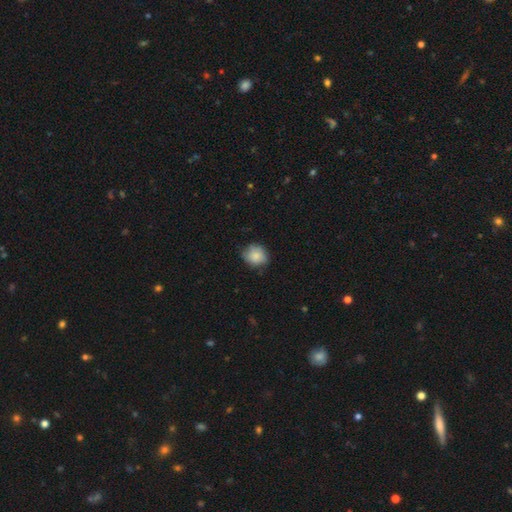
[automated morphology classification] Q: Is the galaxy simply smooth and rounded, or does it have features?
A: smooth — 84%.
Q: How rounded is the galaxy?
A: round — 77%.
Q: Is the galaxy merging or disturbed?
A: none — 74%.